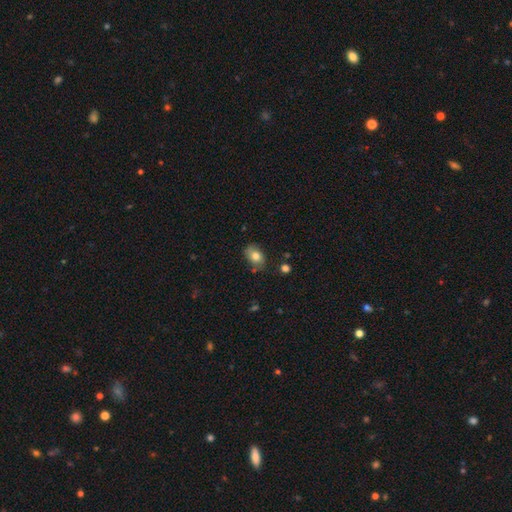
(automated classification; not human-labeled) Overall: smooth (78%). How rounded: in between (78%). Merging: none (74%).